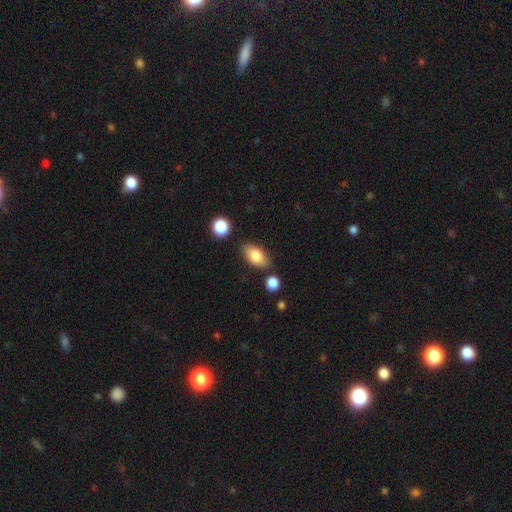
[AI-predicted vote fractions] The model was most divided on "smooth or featured": smooth: 79%, featured or disk: 14%, star or artifact: 7%. More confident: how rounded — in between (90%); merging — none (80%).